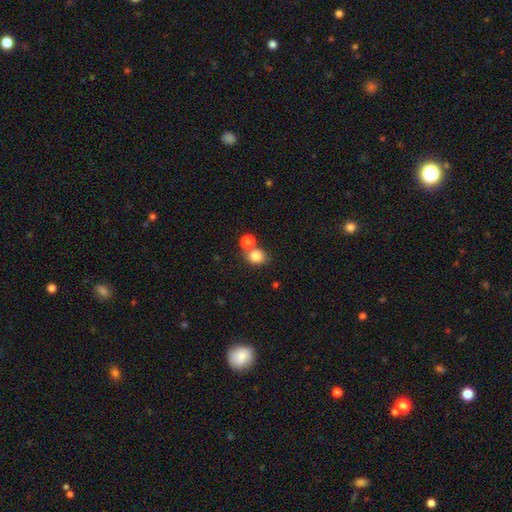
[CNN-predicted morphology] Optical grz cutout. It shows a smooth galaxy with no disk features (83%) that is round (70%). Merging: none (53%).